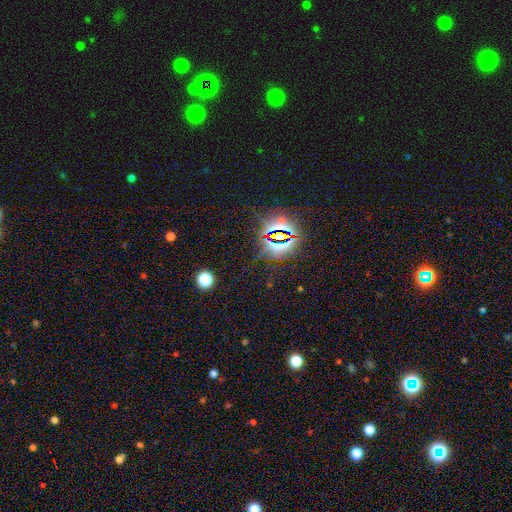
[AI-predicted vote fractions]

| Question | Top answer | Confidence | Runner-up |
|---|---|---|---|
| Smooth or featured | star or artifact | 81% | smooth (12%) |